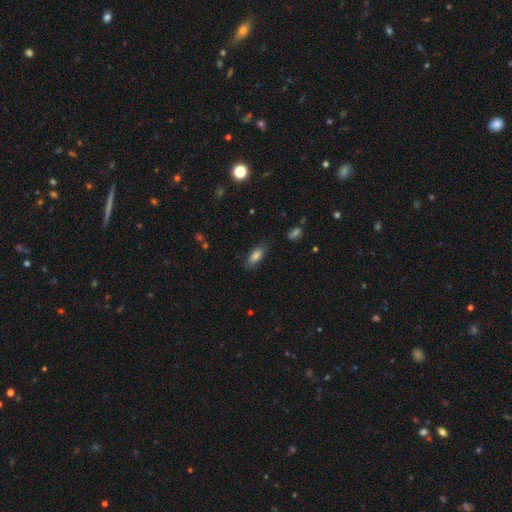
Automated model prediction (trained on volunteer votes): smooth-or-featured: smooth: 82% | featured or disk: 10% | star or artifact: 8%
  how-rounded: in between: 79% | cigar-shaped: 19% | round: 3%
  merging: none: 82% | minor disturbance: 13% | major disturbance: 3% | merger: 2%